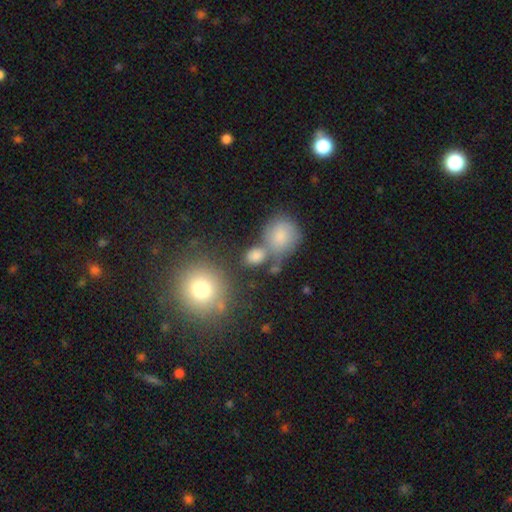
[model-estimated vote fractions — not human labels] smooth-or-featured: smooth: 77% | star or artifact: 13% | featured or disk: 10%
  how-rounded: round: 53% | in between: 45% | cigar-shaped: 2%
  merging: none: 51% | merger: 30% | minor disturbance: 13% | major disturbance: 7%